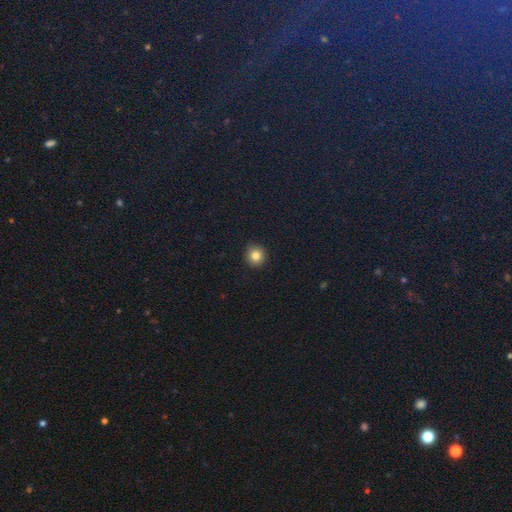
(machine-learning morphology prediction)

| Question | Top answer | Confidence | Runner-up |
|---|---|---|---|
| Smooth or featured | smooth | 82% | star or artifact (12%) |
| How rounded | round | 93% | in between (6%) |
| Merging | none | 92% | minor disturbance (6%) |